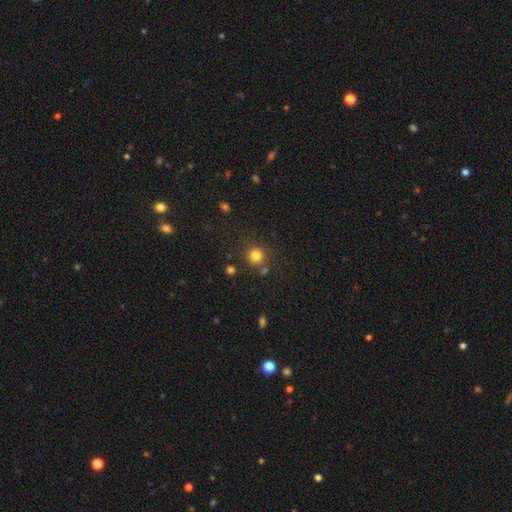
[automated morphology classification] This appears to be a smooth galaxy with no disk features (81%) that is round (93%). Merging: none (81%).